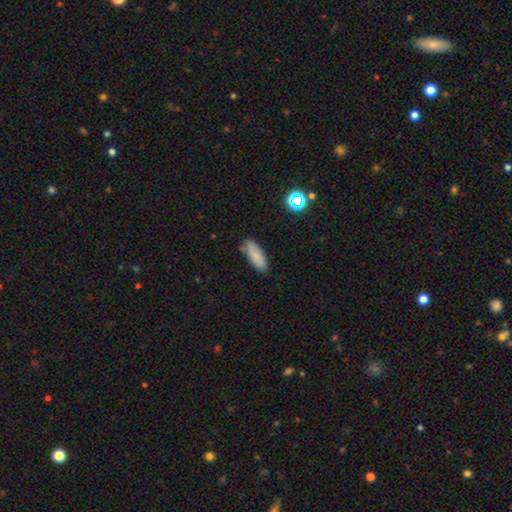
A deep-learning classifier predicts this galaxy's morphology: This is clearly a smooth galaxy (81%). How rounded: likely in between (65%). Merging: likely none (78%).